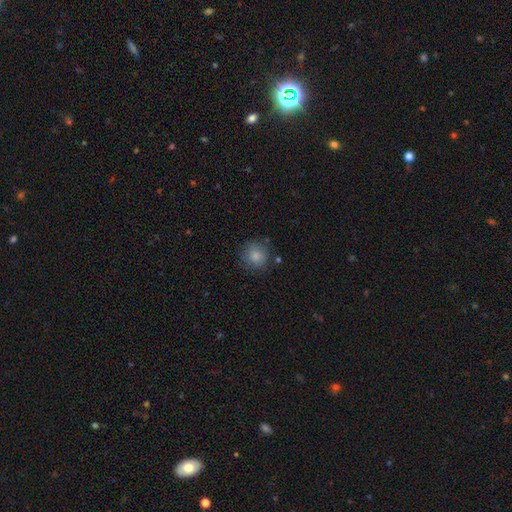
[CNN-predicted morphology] The model was most divided on "merging": none: 83%, minor disturbance: 11%, major disturbance: 3%, merger: 2%. More confident: how rounded — round (93%); smooth or featured — smooth (84%).